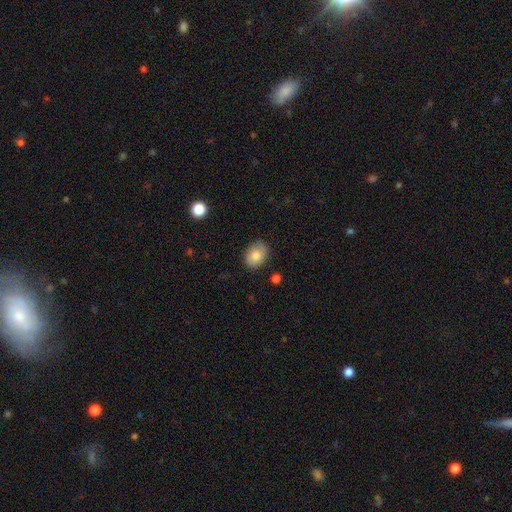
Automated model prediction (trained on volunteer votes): A smooth galaxy with no disk features (82%) that is in between round and cigar-shaped (70%). Merging: none (82%).